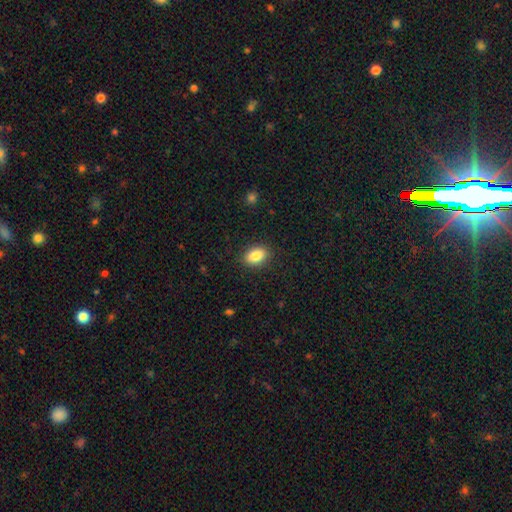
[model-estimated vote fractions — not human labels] smooth-or-featured: smooth: 86% | star or artifact: 8% | featured or disk: 6%
  how-rounded: in between: 87% | round: 11% | cigar-shaped: 2%
  merging: none: 88% | minor disturbance: 8% | major disturbance: 2% | merger: 1%